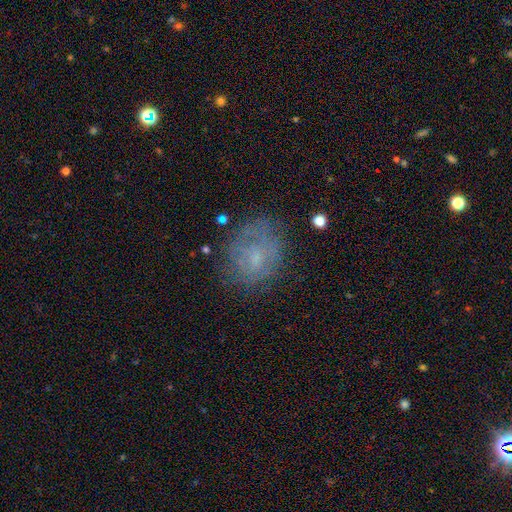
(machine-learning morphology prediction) A smooth galaxy with no disk features (46%).

Vote fractions:
- Smooth or featured? smooth: 46% / featured or disk: 40% / star or artifact: 14%
- Merging? none: 65% / minor disturbance: 21% / major disturbance: 12% / merger: 2%